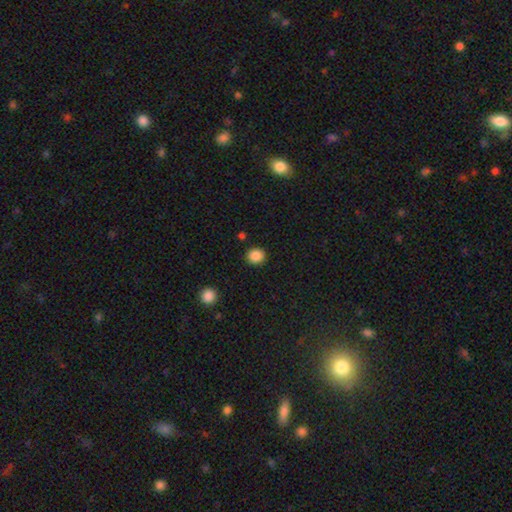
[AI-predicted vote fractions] Smooth or featured?
  - smooth: 87% *
  - star or artifact: 10%
  - featured or disk: 4%
How rounded?
  - round: 87% *
  - in between: 13%
  - cigar-shaped: 1%
Merging?
  - none: 91% *
  - minor disturbance: 6%
  - major disturbance: 2%
  - merger: 2%